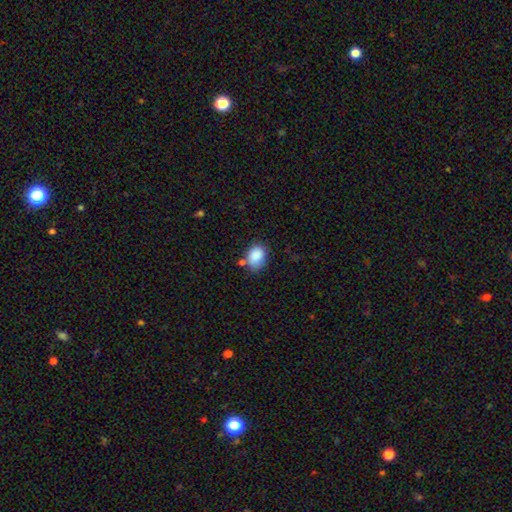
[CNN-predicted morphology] Smooth or featured? Predicted: smooth (p=0.87). How rounded? Predicted: in between (p=0.74). Merging? Predicted: none (p=0.66).